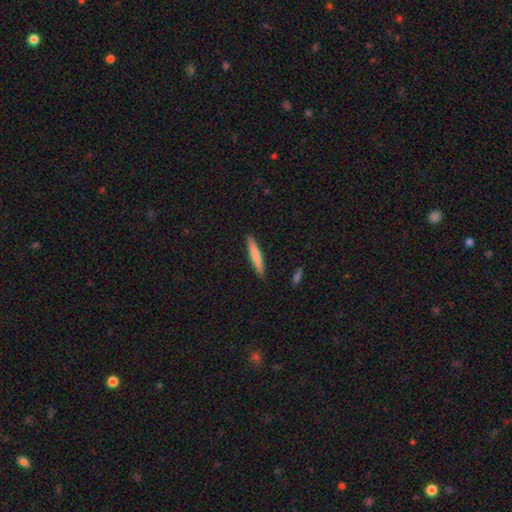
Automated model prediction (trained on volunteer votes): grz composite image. It shows a smooth galaxy with no disk features (73%) that is cigar-shaped (93%). Merging: none (91%).